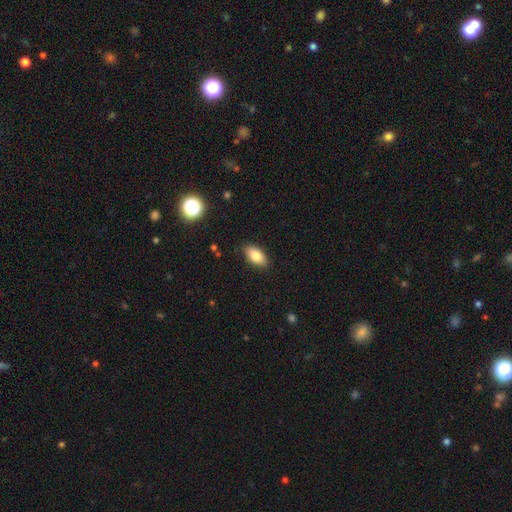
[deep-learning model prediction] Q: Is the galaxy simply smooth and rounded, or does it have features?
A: smooth — 83%.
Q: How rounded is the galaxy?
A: in between — 90%.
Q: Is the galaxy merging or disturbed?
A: none — 87%.